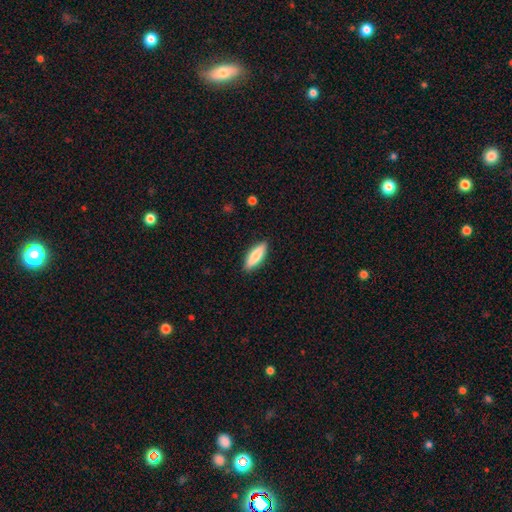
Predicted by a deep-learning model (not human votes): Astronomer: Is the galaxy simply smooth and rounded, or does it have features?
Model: smooth — 80%.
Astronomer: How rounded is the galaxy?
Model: in between — 51% (runner-up: cigar-shaped, 48%).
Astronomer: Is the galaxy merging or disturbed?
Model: none — 88%.